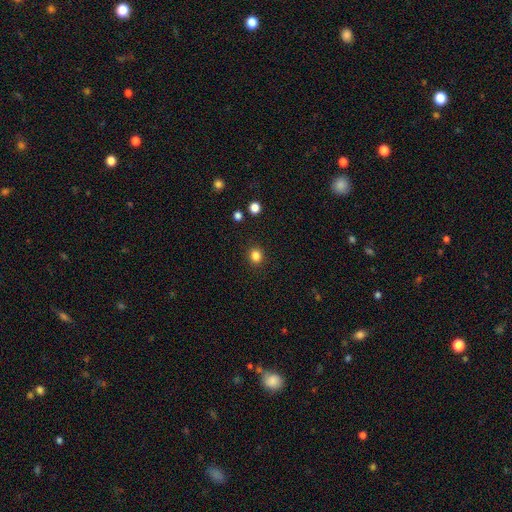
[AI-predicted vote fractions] Smooth or featured?
  - smooth: 84% *
  - star or artifact: 12%
  - featured or disk: 4%
How rounded?
  - round: 79% *
  - in between: 20%
  - cigar-shaped: 1%
Merging?
  - none: 90% *
  - minor disturbance: 6%
  - major disturbance: 2%
  - merger: 1%